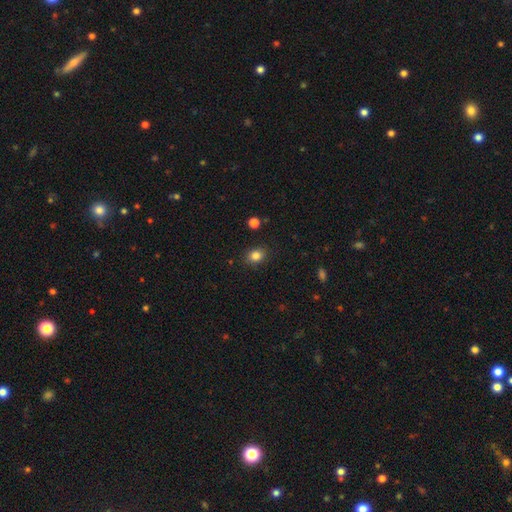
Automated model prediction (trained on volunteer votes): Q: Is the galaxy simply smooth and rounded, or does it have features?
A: smooth — 84%.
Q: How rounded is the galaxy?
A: in between — 52%.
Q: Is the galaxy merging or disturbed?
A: none — 87%.